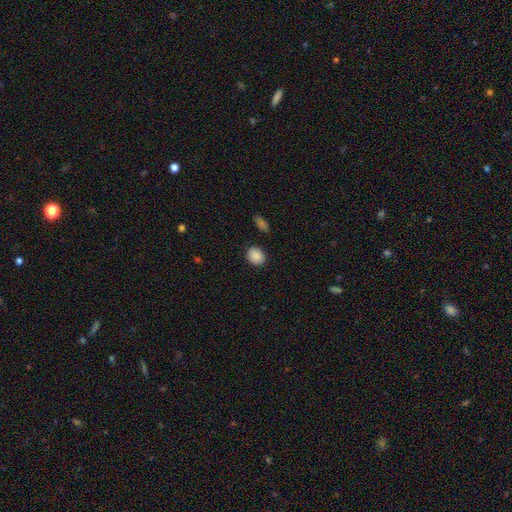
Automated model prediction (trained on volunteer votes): Smooth or featured: smooth — 89% (star or artifact — 8%)
How rounded: round — 55% (in between — 44%)
Merging: none — 86% (minor disturbance — 9%)